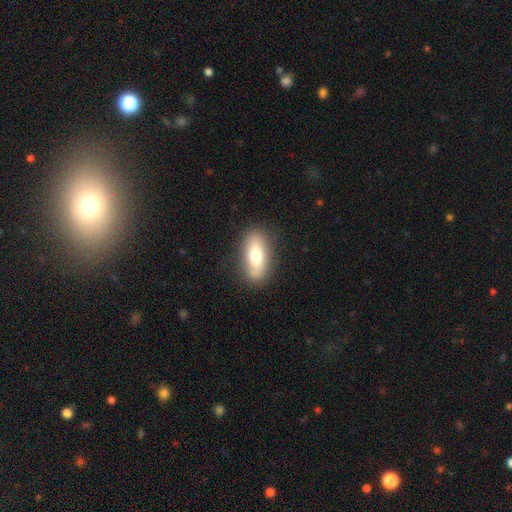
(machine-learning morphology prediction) Q: Smooth or featured?
A: smooth (75%); runner-up: featured or disk (18%)
Q: How rounded?
A: in between (76%); runner-up: cigar-shaped (21%)
Q: Merging?
A: none (83%); runner-up: minor disturbance (13%)